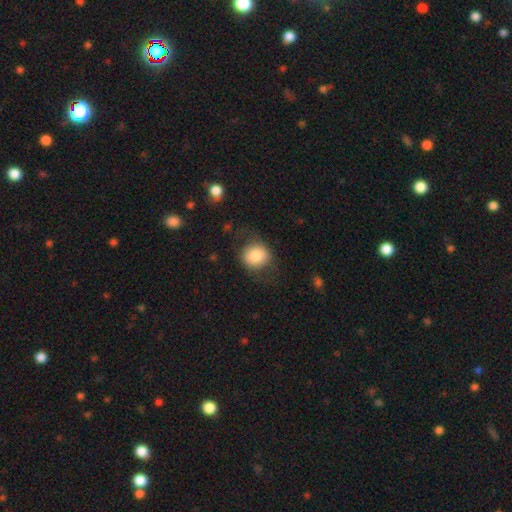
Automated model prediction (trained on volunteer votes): Smooth or featured: smooth — 78% (featured or disk — 14%)
How rounded: round — 82% (in between — 17%)
Merging: none — 71% (minor disturbance — 17%)